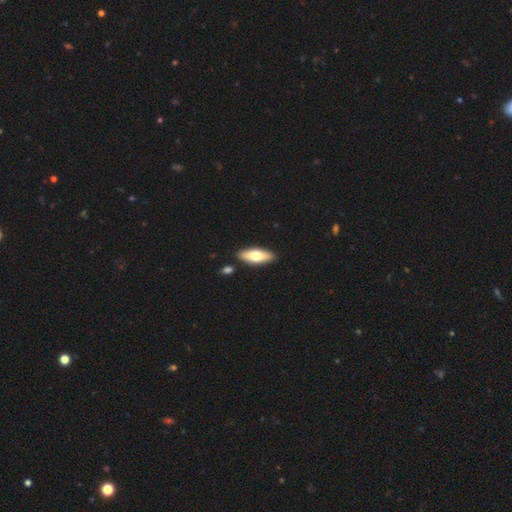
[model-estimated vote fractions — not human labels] Smooth or featured? smooth (66%)
How rounded? in between (72%)
Merging? none (87%)